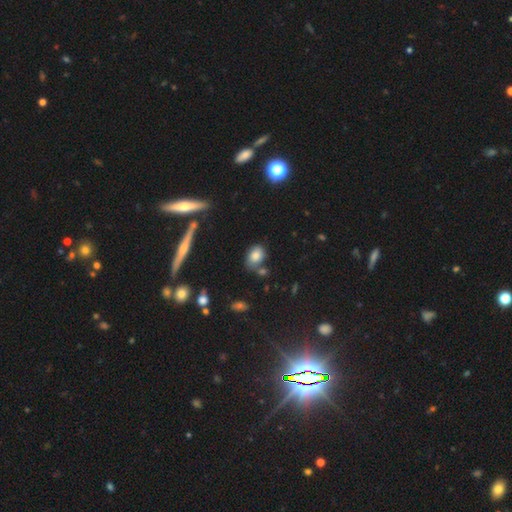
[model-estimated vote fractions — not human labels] Smooth or featured? Predicted: smooth (p=0.80). How rounded? Predicted: in between (p=0.70). Merging? Predicted: none (p=0.64).